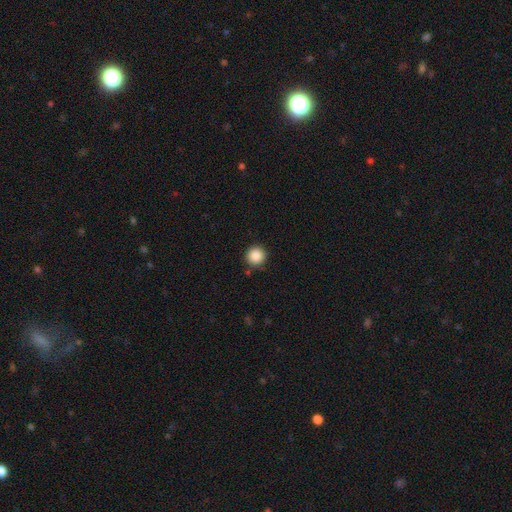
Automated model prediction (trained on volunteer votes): Smooth or featured: smooth — 88% (star or artifact — 9%)
How rounded: round — 95% (in between — 4%)
Merging: none — 89% (minor disturbance — 7%)